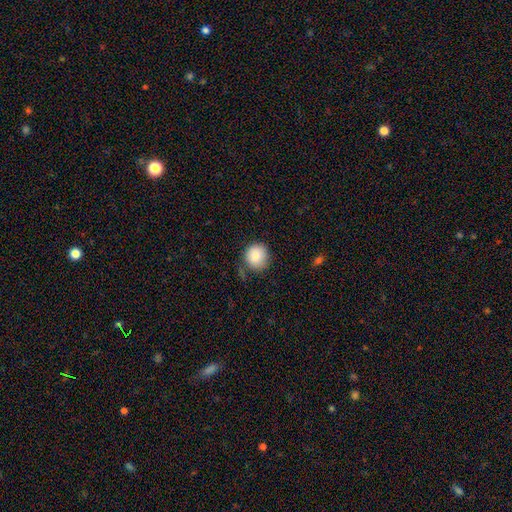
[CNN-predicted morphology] Smooth or featured?
  - smooth: 85% *
  - star or artifact: 8%
  - featured or disk: 6%
How rounded?
  - round: 90% *
  - in between: 9%
  - cigar-shaped: 1%
Merging?
  - none: 74% *
  - minor disturbance: 18%
  - major disturbance: 5%
  - merger: 3%